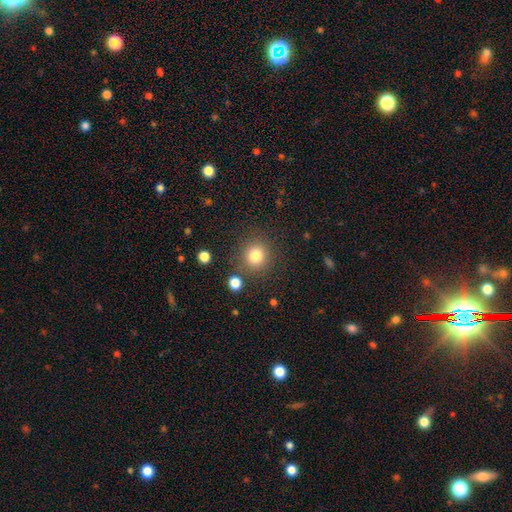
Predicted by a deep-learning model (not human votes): Smooth or featured? smooth (80%)
How rounded? round (91%)
Merging? none (84%)